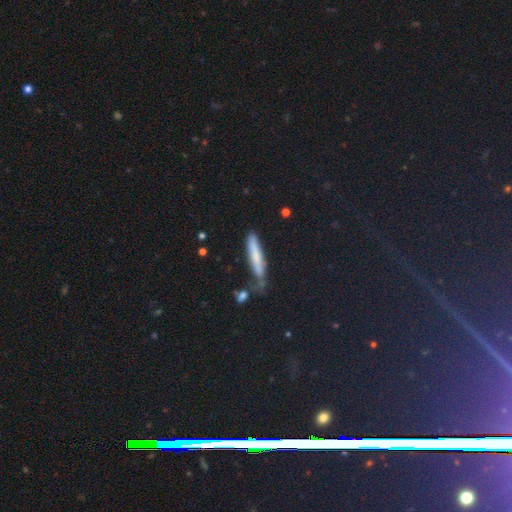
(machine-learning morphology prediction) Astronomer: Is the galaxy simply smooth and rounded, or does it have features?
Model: smooth — 65%.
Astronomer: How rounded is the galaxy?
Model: cigar-shaped — 88%.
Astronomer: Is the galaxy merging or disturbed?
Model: none — 61%.